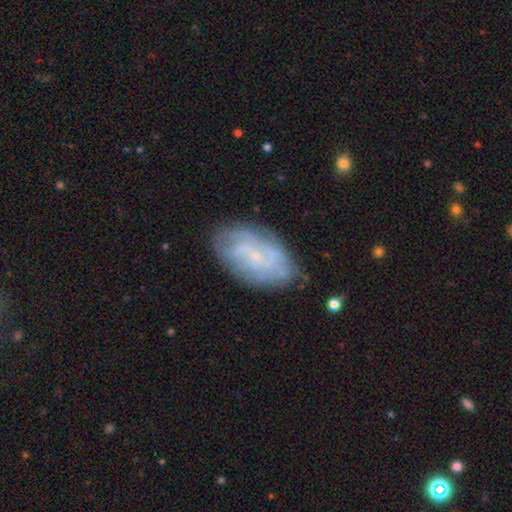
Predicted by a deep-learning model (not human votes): Q: Smooth or featured?
A: featured or disk (70%); runner-up: smooth (23%)
Q: Edge-on disk?
A: no (96%); runner-up: yes (4%)
Q: Bar?
A: no (62%); runner-up: weak (32%)
Q: Spiral arms?
A: yes (86%); runner-up: no (14%)
Q: Spiral winding?
A: tight (54%); runner-up: medium (33%)
Q: Spiral arm count?
A: can't tell (49%); runner-up: 2 (17%)
Q: Bulge size?
A: small (74%); runner-up: none (13%)
Q: Merging?
A: none (75%); runner-up: minor disturbance (17%)